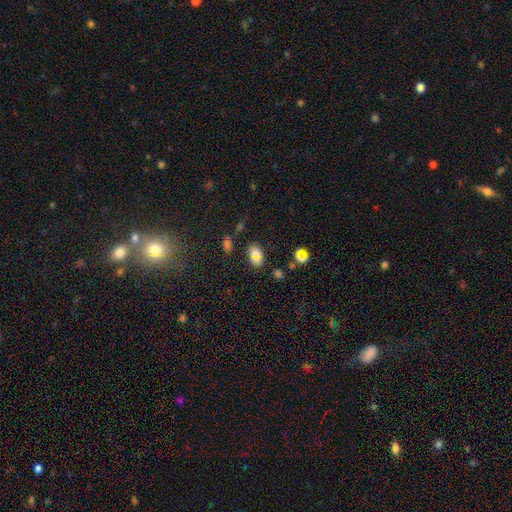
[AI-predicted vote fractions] The model was most divided on "merging": none: 53%, merger: 27%, minor disturbance: 15%, major disturbance: 5%. More confident: how rounded — in between (85%); smooth or featured — smooth (76%).